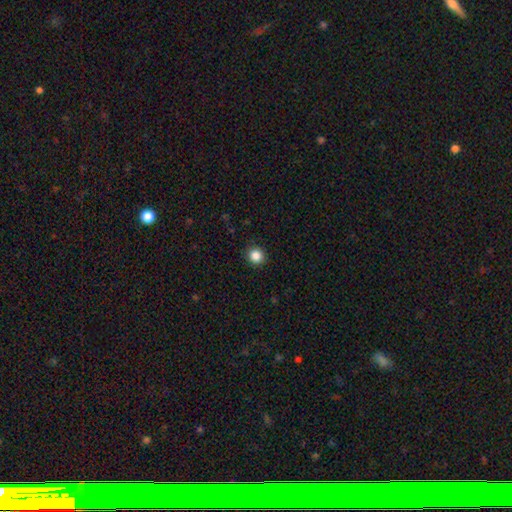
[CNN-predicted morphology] Smooth or featured?
  - smooth: 86% *
  - star or artifact: 11%
  - featured or disk: 4%
How rounded?
  - round: 91% *
  - in between: 8%
  - cigar-shaped: 1%
Merging?
  - none: 91% *
  - minor disturbance: 6%
  - major disturbance: 2%
  - merger: 1%